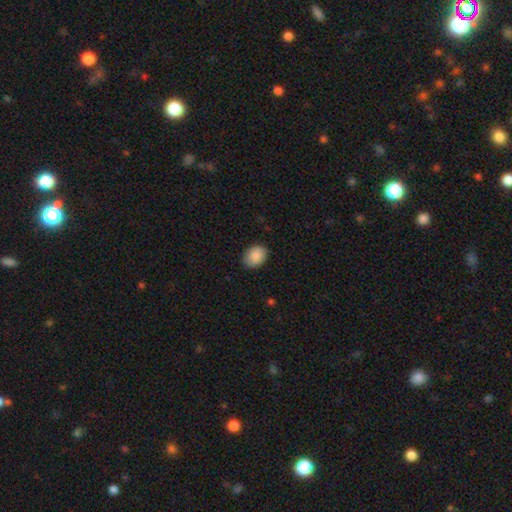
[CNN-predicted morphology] Smooth or featured? Predicted: smooth (p=0.89). How rounded? Predicted: in between (p=0.67). Merging? Predicted: none (p=0.85).